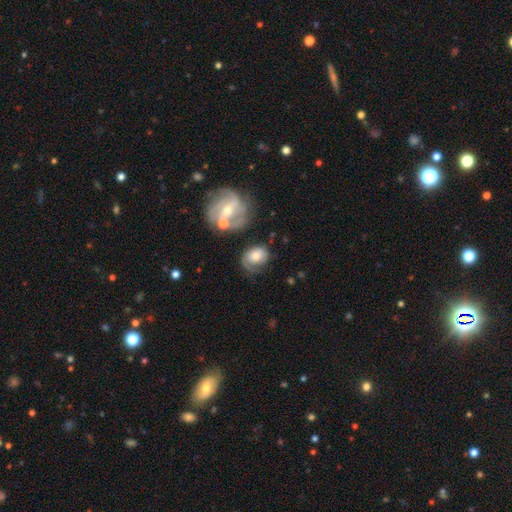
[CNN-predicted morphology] Q: Smooth or featured?
A: featured or disk (49%); runner-up: smooth (44%)
Q: Merging?
A: none (45%); runner-up: minor disturbance (25%)